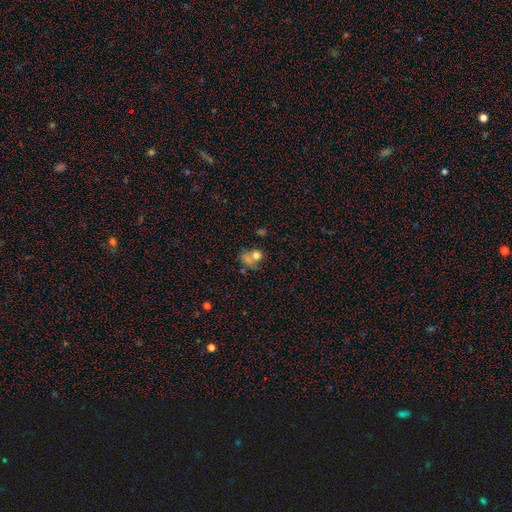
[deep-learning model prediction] A smooth galaxy with no disk features (66%) that is round (62%). Merging: merger (46%).